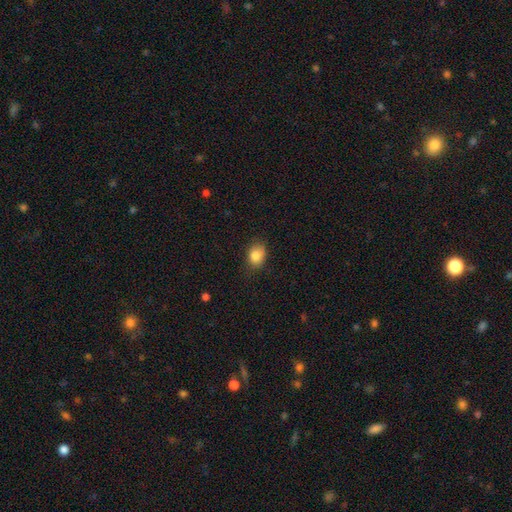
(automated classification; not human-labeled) Morphology: type=smooth (84%); roundness=in between (63%); merging=none (74%).